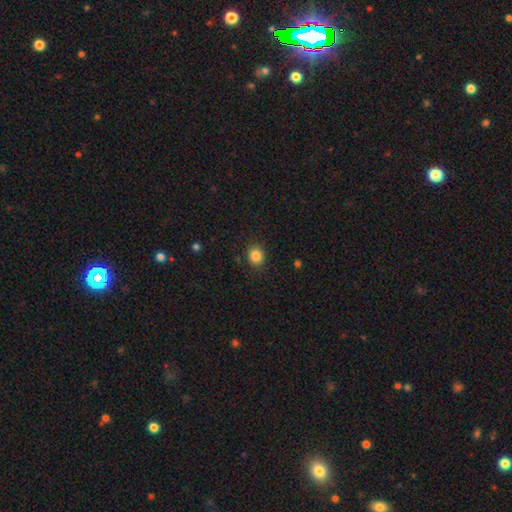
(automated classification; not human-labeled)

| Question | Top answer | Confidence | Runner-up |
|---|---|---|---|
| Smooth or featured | smooth | 84% | star or artifact (11%) |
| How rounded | round | 71% | in between (28%) |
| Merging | none | 87% | minor disturbance (9%) |